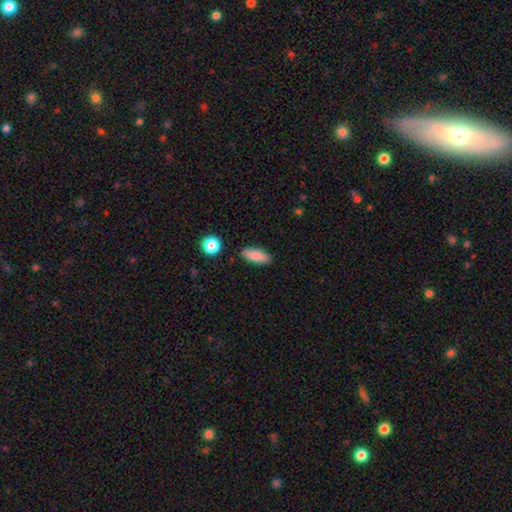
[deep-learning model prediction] Smooth or featured: smooth — 86% (star or artifact — 7%)
How rounded: in between — 78% (cigar-shaped — 20%)
Merging: none — 86% (minor disturbance — 10%)